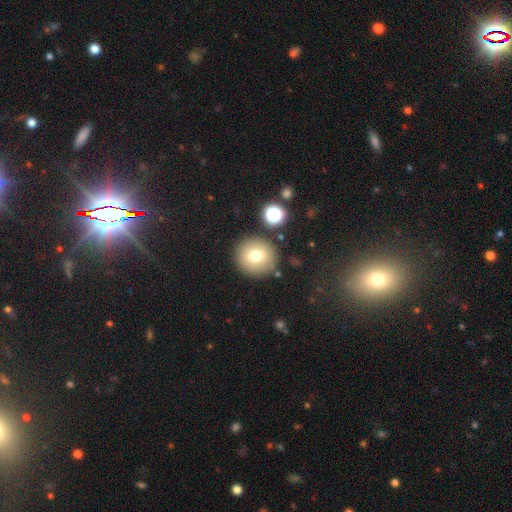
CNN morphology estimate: Smooth or featured? Predicted: smooth (p=0.72). How rounded? Predicted: round (p=0.88). Merging? Predicted: none (p=0.84).